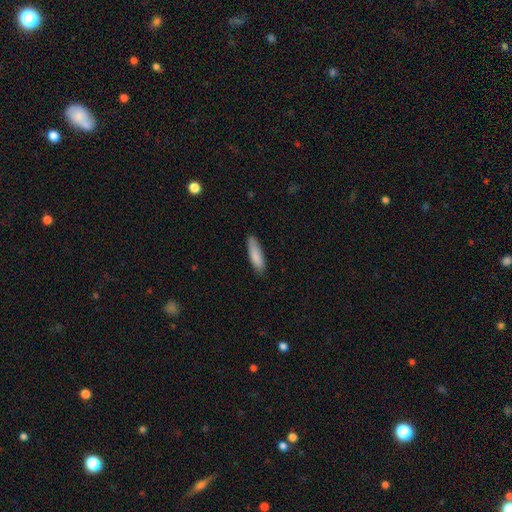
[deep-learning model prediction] A smooth galaxy with no disk features (86%) that is cigar-shaped (61%).

Vote fractions:
- Smooth or featured? smooth: 86% / featured or disk: 8% / star or artifact: 6%
- How rounded? cigar-shaped: 61% / in between: 38% / round: 1%
- Merging? none: 83% / minor disturbance: 14% / major disturbance: 2% / merger: 1%